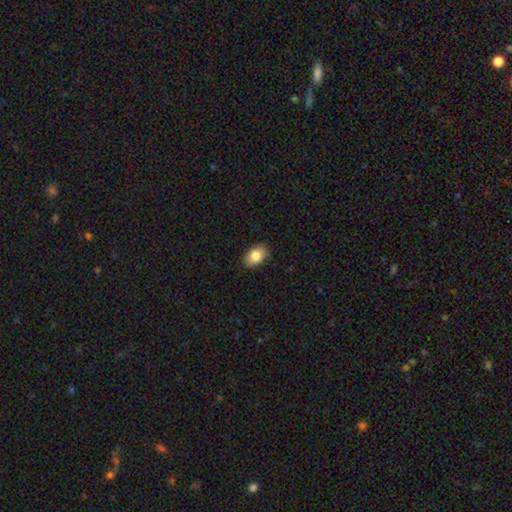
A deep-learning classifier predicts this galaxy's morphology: Overall: smooth (83%). How rounded: in between (85%). Merging: none (88%).